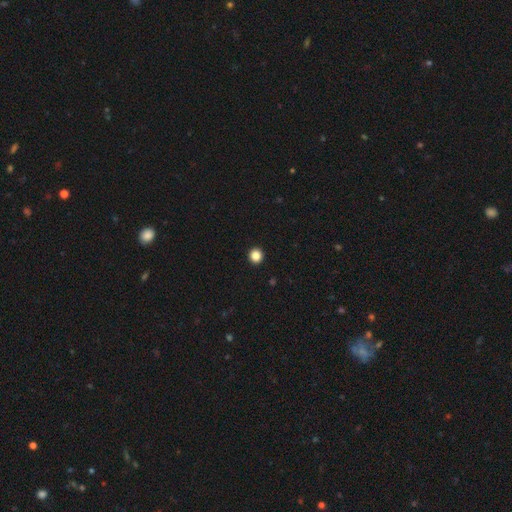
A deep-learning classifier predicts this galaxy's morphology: Smooth or featured? Predicted: smooth (p=0.86). How rounded? Predicted: round (p=0.94). Merging? Predicted: none (p=0.94).